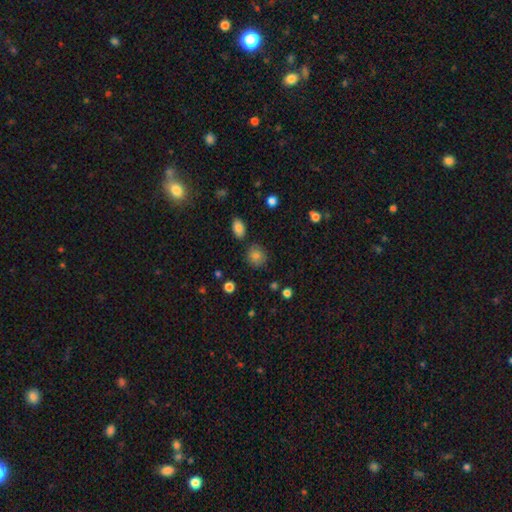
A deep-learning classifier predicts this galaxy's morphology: Smooth or featured?
  - smooth: 80% *
  - star or artifact: 12%
  - featured or disk: 8%
How rounded?
  - round: 82% *
  - in between: 17%
  - cigar-shaped: 1%
Merging?
  - none: 82% *
  - minor disturbance: 12%
  - merger: 4%
  - major disturbance: 3%